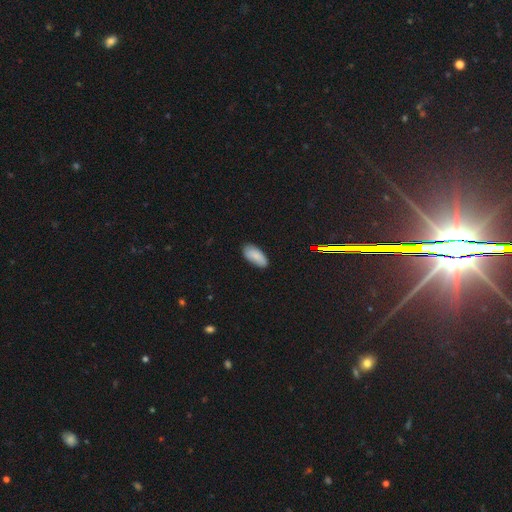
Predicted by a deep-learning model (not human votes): The model was most divided on "merging": none: 81%, minor disturbance: 15%, major disturbance: 2%, merger: 1%. More confident: how rounded — in between (91%); smooth or featured — smooth (84%).